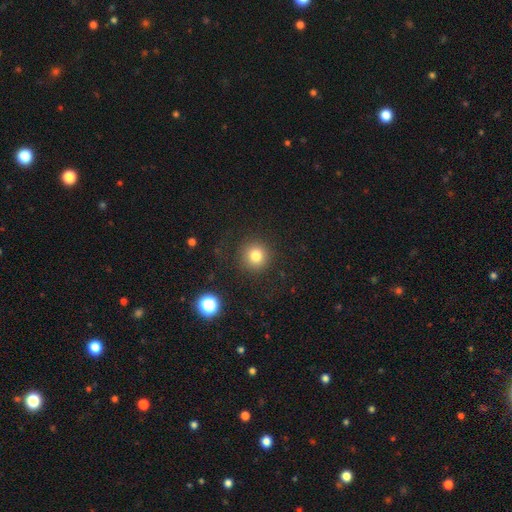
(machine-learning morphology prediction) smooth 80%, star or artifact 13%, featured or disk 7%. Down the decision tree: how rounded — round (93%); merging — none (87%).